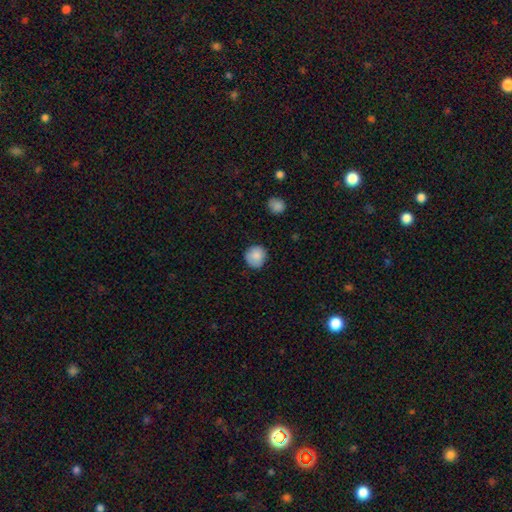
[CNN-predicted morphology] smooth_or_featured: smooth (p=0.86) [alt: star or artifact p=0.08]
how_rounded: round (p=0.90) [alt: in between p=0.09]
merging: none (p=0.81) [alt: minor disturbance p=0.15]